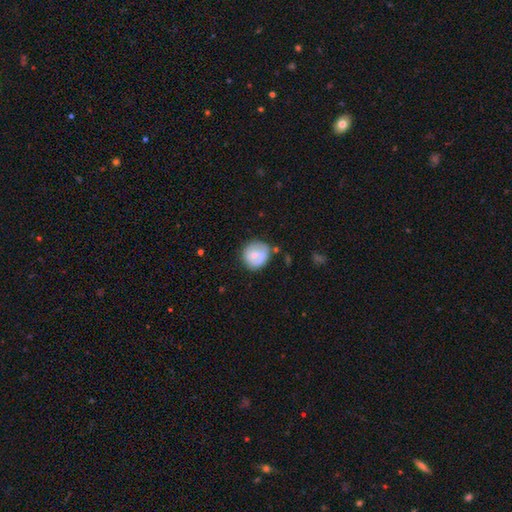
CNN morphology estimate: Smooth or featured? Predicted: smooth (p=0.57). How rounded? Predicted: round (p=0.84). Merging? Predicted: none (p=0.63).